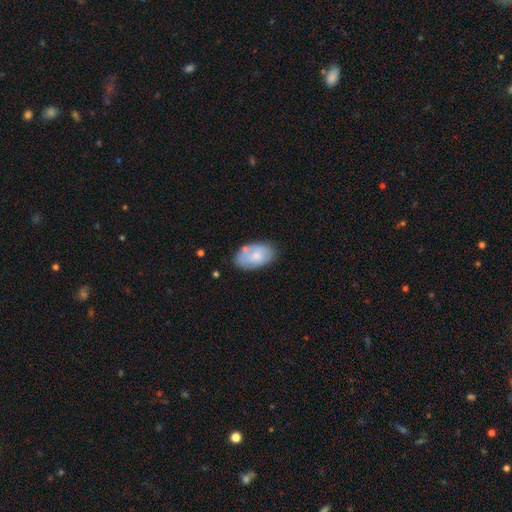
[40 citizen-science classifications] Smooth or featured? smooth (62%)
How rounded? in between (100%)
Merging? none (64%)